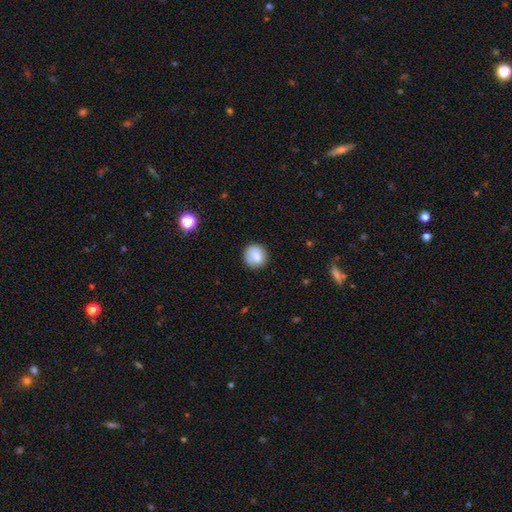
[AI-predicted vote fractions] Overall: smooth (81%). How rounded: round (90%). Merging: none (86%).